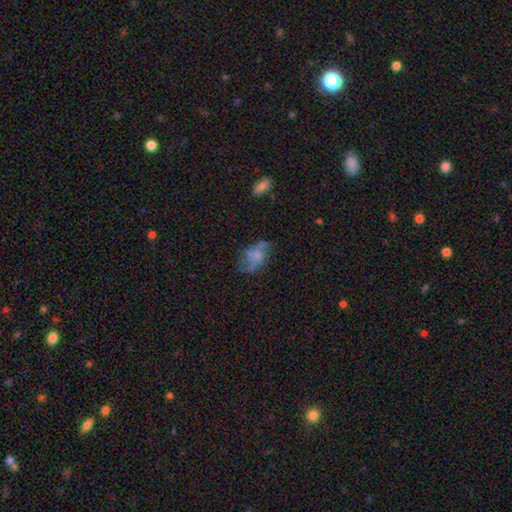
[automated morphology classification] Q: Smooth or featured?
A: featured or disk (48%); runner-up: smooth (41%)
Q: Merging?
A: none (43%); runner-up: minor disturbance (26%)